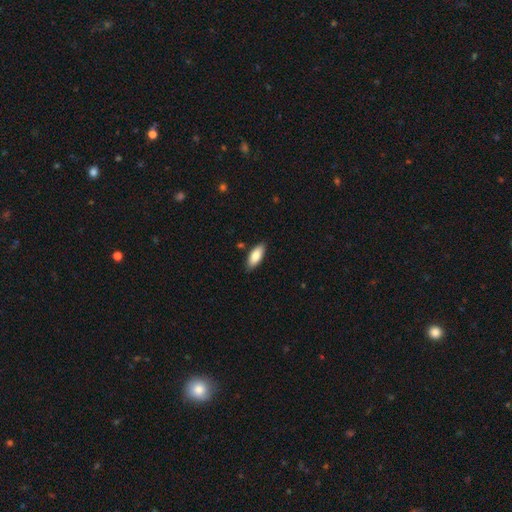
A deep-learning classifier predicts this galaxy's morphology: The model was most divided on "how rounded": in between: 82%, cigar-shaped: 17%, round: 2%. More confident: merging — none (84%); smooth or featured — smooth (83%).